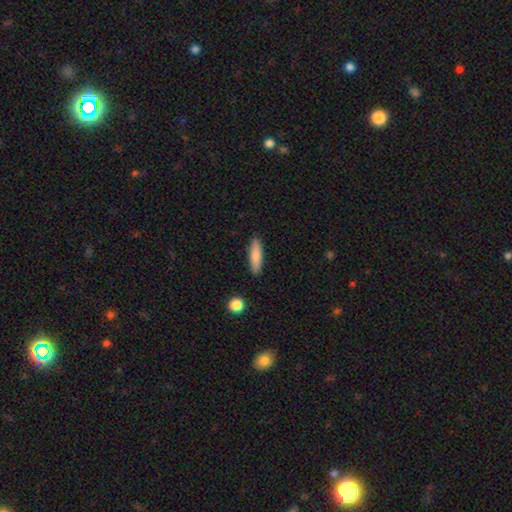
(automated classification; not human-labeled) Smooth or featured? Predicted: smooth (p=0.81). How rounded? Predicted: cigar-shaped (p=0.70). Merging? Predicted: none (p=0.88).